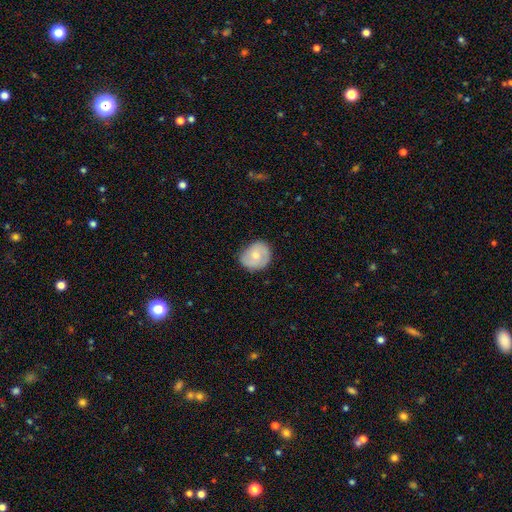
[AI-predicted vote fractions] Morphology: type=smooth (60%); roundness=round (67%); merging=none (71%).